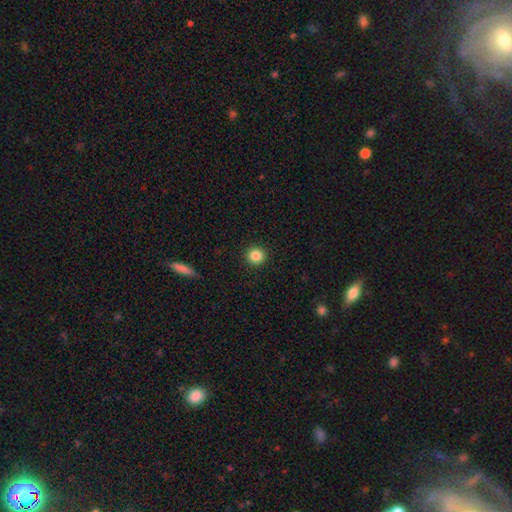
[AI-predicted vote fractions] A smooth galaxy with no disk features (85%) that is round (93%).

Vote fractions:
- Smooth or featured? smooth: 85% / star or artifact: 11% / featured or disk: 4%
- How rounded? round: 93% / in between: 6% / cigar-shaped: 1%
- Merging? none: 92% / minor disturbance: 5% / major disturbance: 2% / merger: 1%